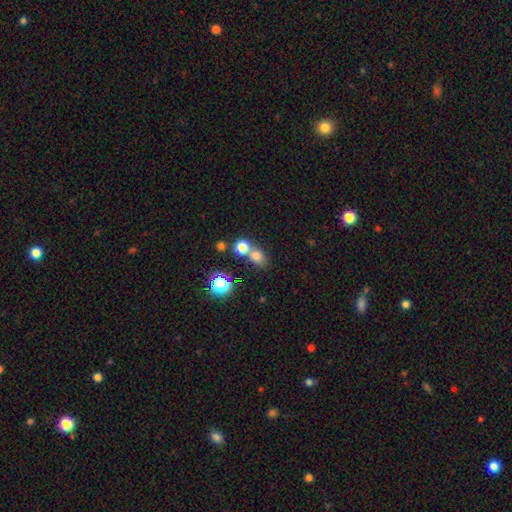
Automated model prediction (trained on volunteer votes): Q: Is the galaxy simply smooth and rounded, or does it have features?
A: smooth — 72%.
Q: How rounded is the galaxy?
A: round — 65%.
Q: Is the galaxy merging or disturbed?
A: none — 49%.